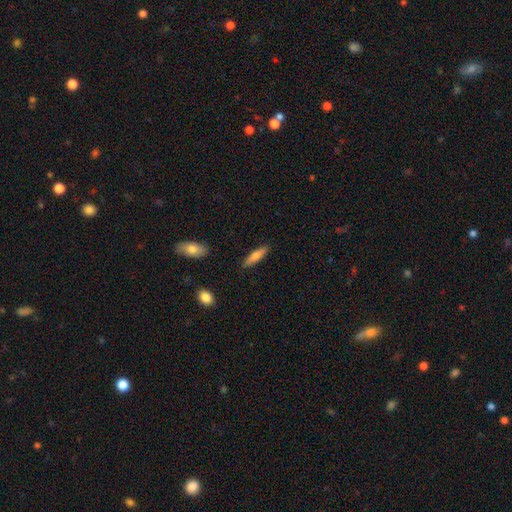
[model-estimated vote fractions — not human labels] Smooth or featured? Predicted: smooth (p=0.71). How rounded? Predicted: cigar-shaped (p=0.74). Merging? Predicted: none (p=0.88).